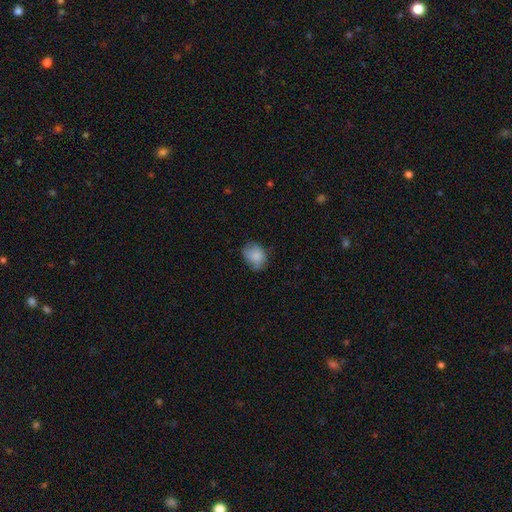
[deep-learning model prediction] A smooth galaxy with no disk features (81%) that is in between round and cigar-shaped (50%).

Vote fractions:
- Smooth or featured? smooth: 81% / featured or disk: 12% / star or artifact: 8%
- How rounded? in between: 50% / round: 49% / cigar-shaped: 1%
- Merging? none: 60% / minor disturbance: 30% / major disturbance: 9% / merger: 1%